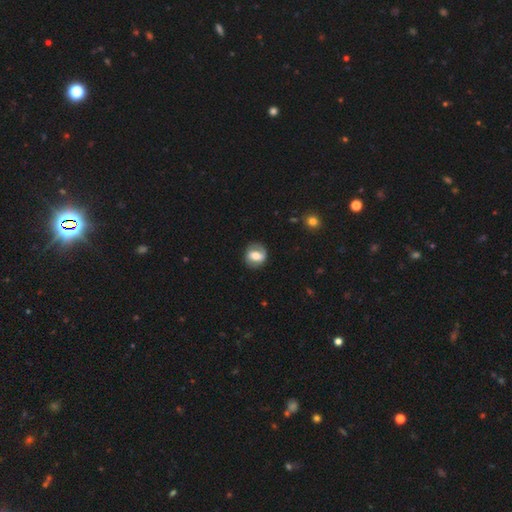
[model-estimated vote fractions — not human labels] The model was most divided on "smooth or featured": featured or disk: 51%, smooth: 42%, star or artifact: 7%. More confident: edge-on disk — no (95%); merging — none (79%).